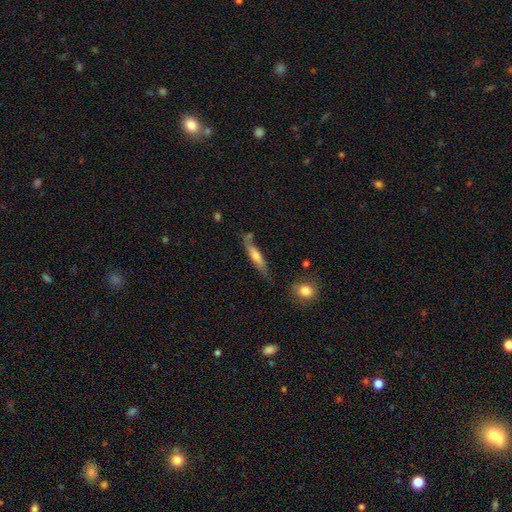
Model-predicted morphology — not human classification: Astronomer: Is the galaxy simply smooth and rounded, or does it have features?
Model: smooth — 57% (runner-up: featured or disk, 36%).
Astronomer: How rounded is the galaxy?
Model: cigar-shaped — 80%.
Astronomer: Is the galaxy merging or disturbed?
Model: none — 62%.